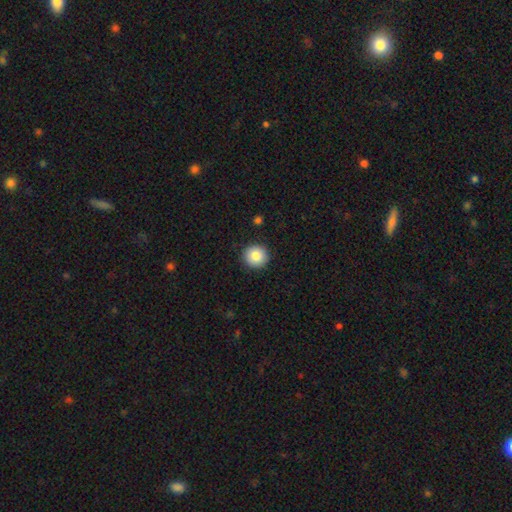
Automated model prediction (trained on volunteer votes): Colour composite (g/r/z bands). It shows a smooth galaxy with no disk features (84%) that is round (94%). Merging: none (92%).